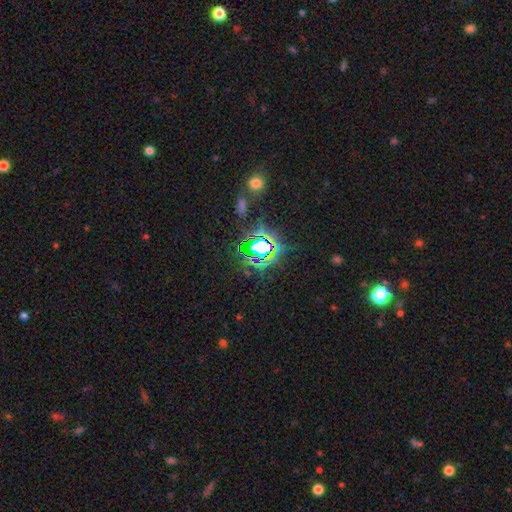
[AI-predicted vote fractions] Smooth or featured: star or artifact — 78% (smooth — 12%)